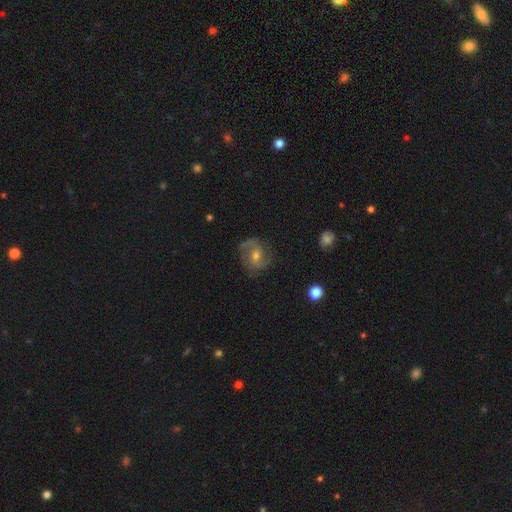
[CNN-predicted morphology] Smooth or featured: featured or disk — 73% (smooth — 18%)
Edge-on disk: no — 97% (yes — 3%)
Bar: weak — 46% (no — 40%)
Spiral arms: yes — 91% (no — 9%)
Spiral winding: medium — 50% (tight — 29%)
Spiral arm count: 2 — 75% (can't tell — 12%)
Bulge size: moderate — 54% (small — 40%)
Merging: none — 73% (minor disturbance — 17%)